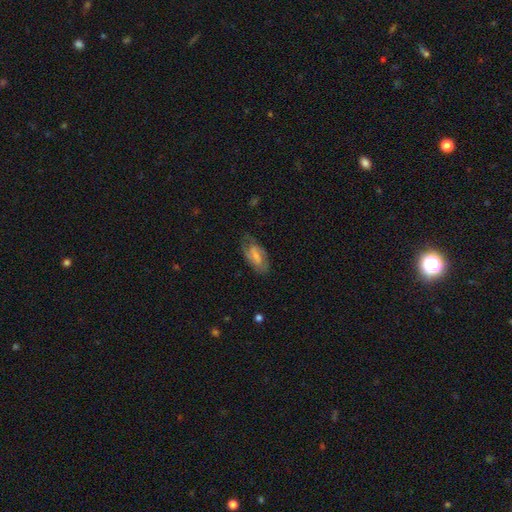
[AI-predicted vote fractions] This appears to be a featured or disk galaxy (62%) with a weak bar (50%), spiral arms (86%) and a small central bulge (49%). Merging: none (66%).